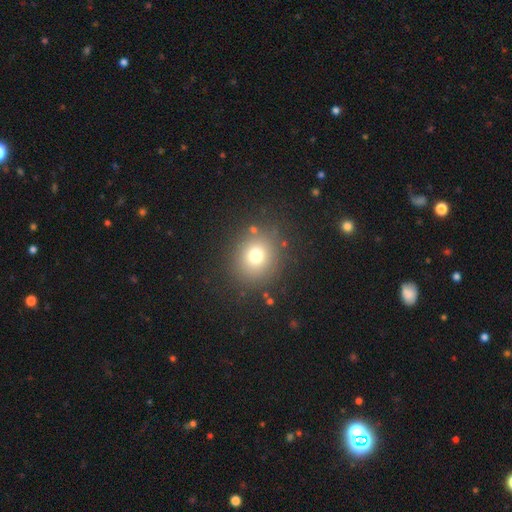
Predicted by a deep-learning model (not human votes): Overall: smooth (73%). How rounded: round (83%). Merging: none (85%).